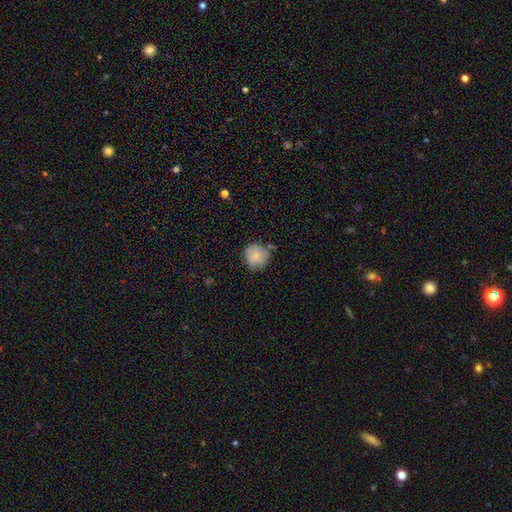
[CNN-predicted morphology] Smooth or featured: smooth — 77% (featured or disk — 15%)
How rounded: round — 90% (in between — 9%)
Merging: none — 69% (minor disturbance — 21%)